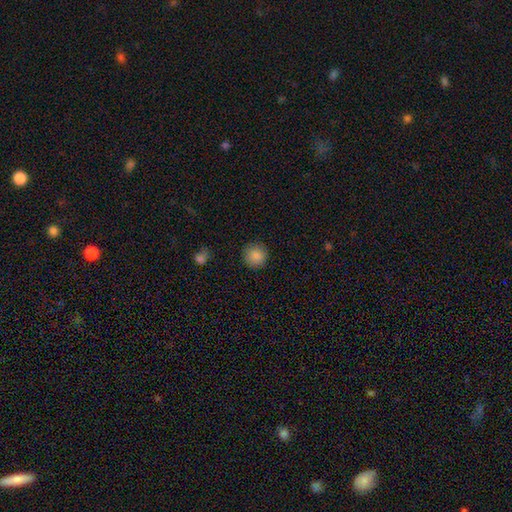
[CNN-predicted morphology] smooth_or_featured: smooth (p=0.87) [alt: star or artifact p=0.09]
how_rounded: round (p=0.94) [alt: in between p=0.05]
merging: none (p=0.90) [alt: minor disturbance p=0.07]